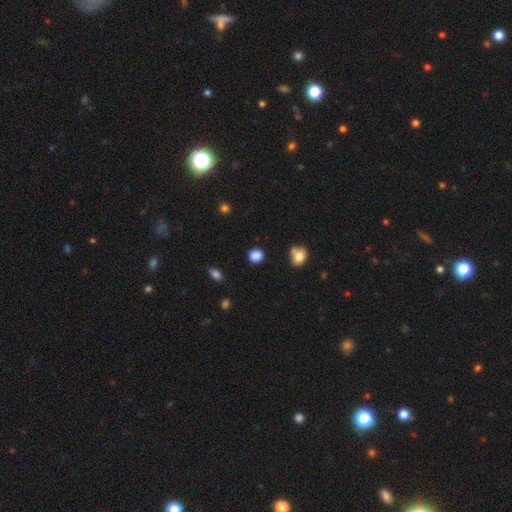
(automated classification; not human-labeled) smooth_or_featured: smooth (p=0.85) [alt: star or artifact p=0.11]
how_rounded: round (p=0.86) [alt: in between p=0.13]
merging: none (p=0.85) [alt: minor disturbance p=0.09]